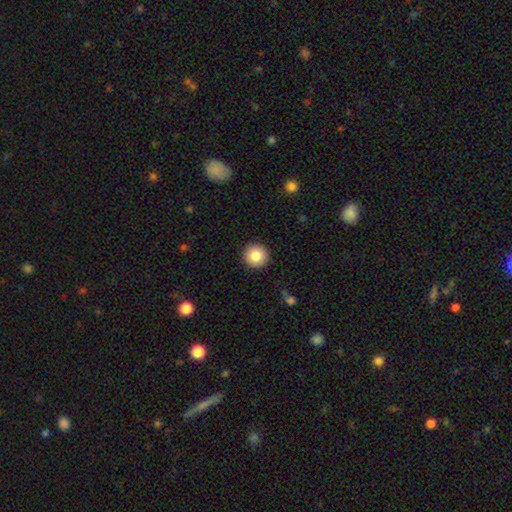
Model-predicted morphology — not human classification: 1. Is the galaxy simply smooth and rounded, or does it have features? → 84% smooth, 9% star or artifact, 7% featured or disk.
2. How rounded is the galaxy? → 96% round, 3% in between, 1% cigar-shaped.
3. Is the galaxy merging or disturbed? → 92% none, 5% minor disturbance, 2% major disturbance, 1% merger.